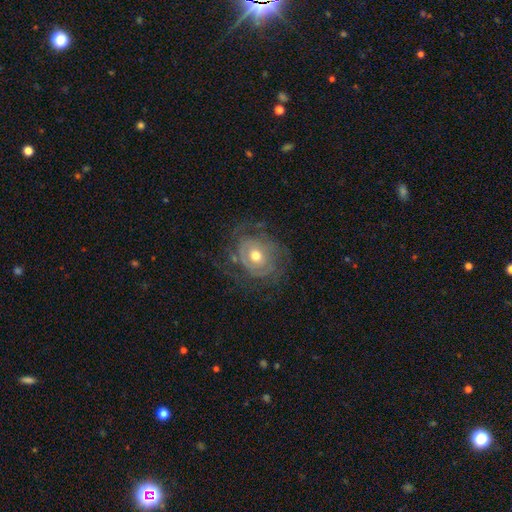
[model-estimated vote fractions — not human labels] This appears to be a featured or disk galaxy (72%) with no bar (81%), spiral arms (71%) and a moderate central bulge (72%). Merging: none (60%).